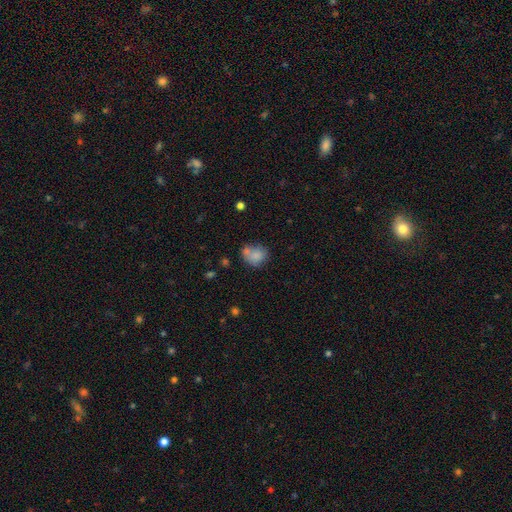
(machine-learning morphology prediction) This is likely a smooth galaxy (78%). How rounded: likely round (61%). Merging: marginally none (45%).